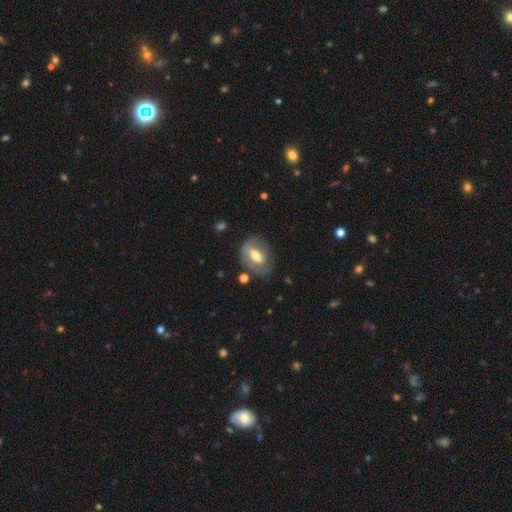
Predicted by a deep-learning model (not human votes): This appears to be a featured or disk galaxy (61%) with a weak bar (39%), spiral arms (53%) and a moderate central bulge (67%). Merging: none (69%).